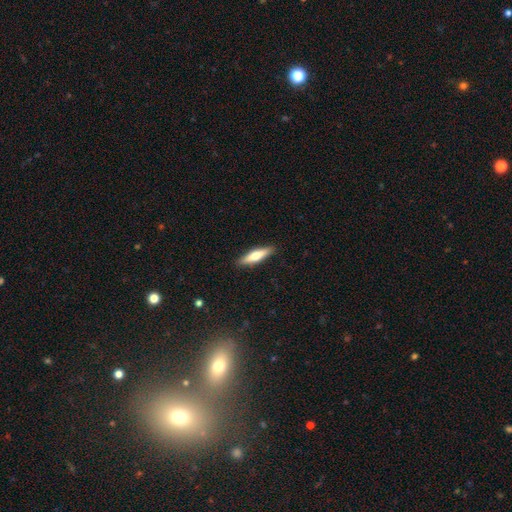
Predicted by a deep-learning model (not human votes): The model was most divided on "smooth or featured": smooth: 57%, featured or disk: 37%, star or artifact: 5%. More confident: merging — none (90%); how rounded — cigar-shaped (72%).